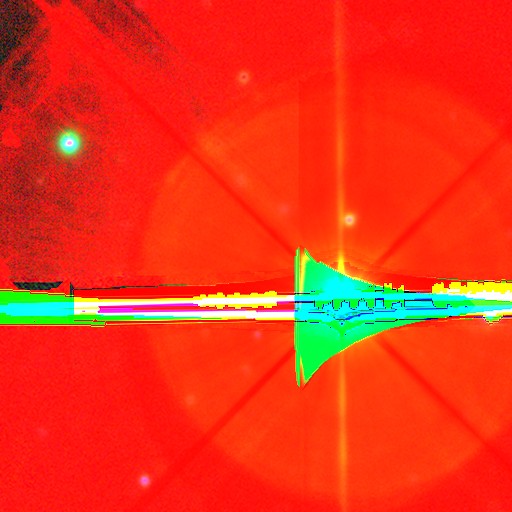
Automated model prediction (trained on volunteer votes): Overall: star or artifact (89%).